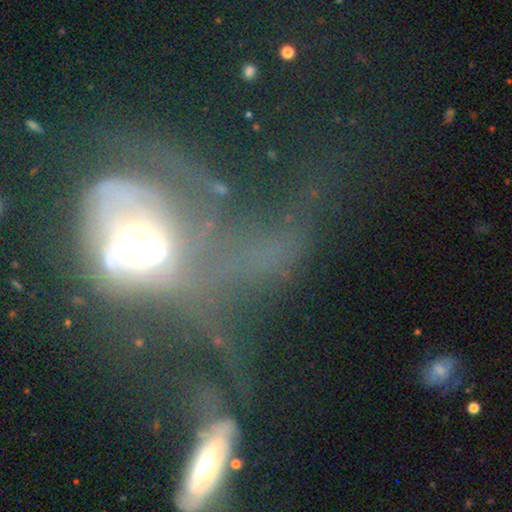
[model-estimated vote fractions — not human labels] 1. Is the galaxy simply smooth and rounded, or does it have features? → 63% featured or disk, 21% smooth, 16% star or artifact.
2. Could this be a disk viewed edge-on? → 92% no, 8% yes.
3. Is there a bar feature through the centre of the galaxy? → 71% no, 18% weak, 11% strong.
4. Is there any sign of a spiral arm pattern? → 50% no (tied), 50% yes (tied).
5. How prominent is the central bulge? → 39% large, 38% moderate, 14% dominant, 6% small, 3% none.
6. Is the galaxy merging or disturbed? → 57% major disturbance, 20% merger, 14% none, 8% minor disturbance.